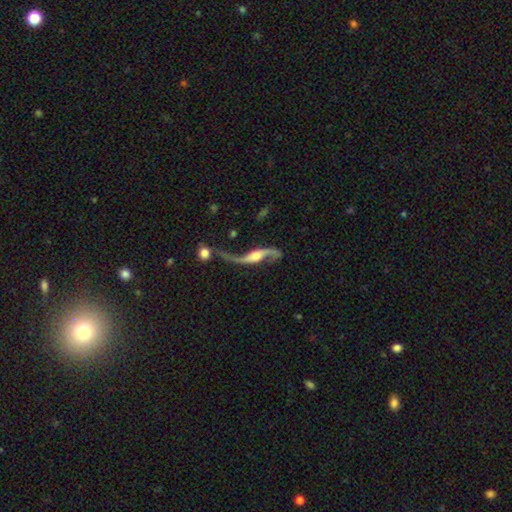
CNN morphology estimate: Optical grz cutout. It shows a featured or disk galaxy (89%) with no bar (50%), 2 (92%) loose (92%) spiral arms (95%) and a moderate central bulge (53%). Merging: none (51%).